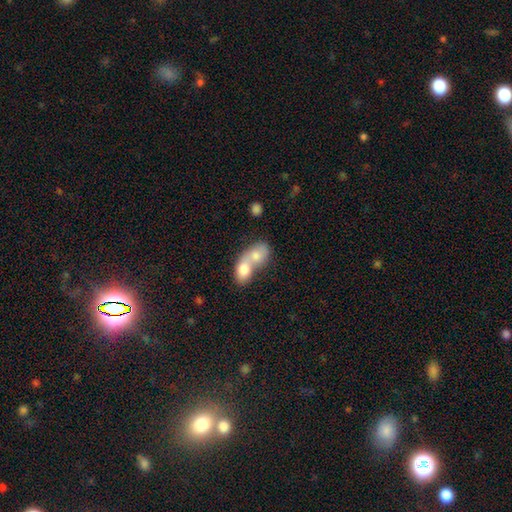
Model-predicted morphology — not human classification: smooth 73%, featured or disk 20%, star or artifact 7%. Down the decision tree: how rounded — in between (75%); merging — merger (82%).